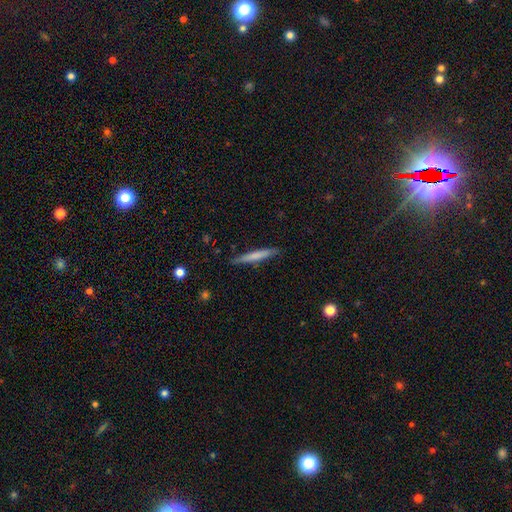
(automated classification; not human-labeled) The model was most divided on "smooth or featured": smooth: 66%, featured or disk: 28%, star or artifact: 5%. More confident: how rounded — cigar-shaped (95%); merging — none (86%).